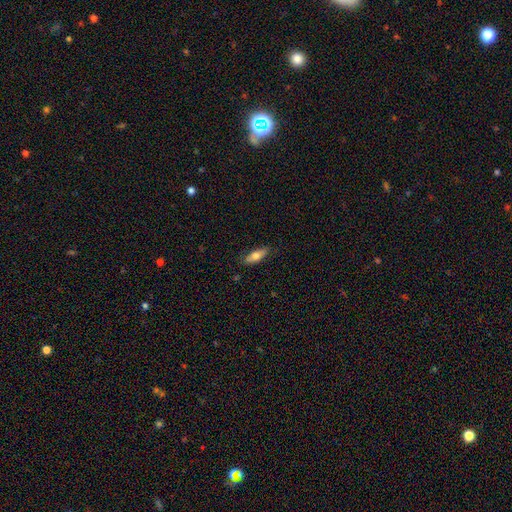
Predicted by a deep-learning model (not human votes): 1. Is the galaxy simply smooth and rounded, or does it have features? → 68% smooth, 26% featured or disk, 6% star or artifact.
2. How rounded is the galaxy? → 62% in between, 36% cigar-shaped, 2% round.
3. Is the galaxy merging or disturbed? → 83% none, 14% minor disturbance, 2% major disturbance, 1% merger.